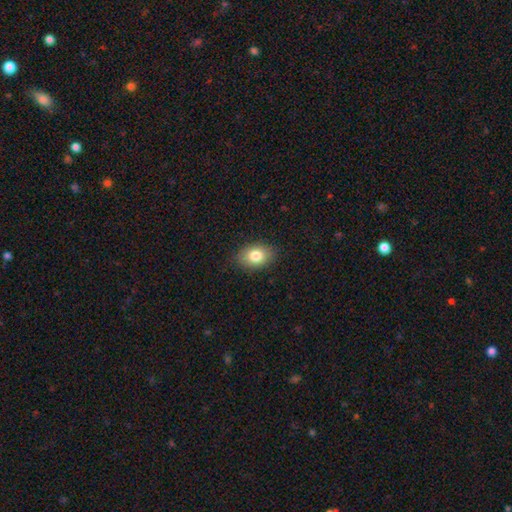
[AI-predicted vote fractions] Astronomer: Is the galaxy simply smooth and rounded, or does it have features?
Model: smooth — 82%.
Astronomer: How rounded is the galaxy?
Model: in between — 78%.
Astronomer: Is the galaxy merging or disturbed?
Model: none — 86%.